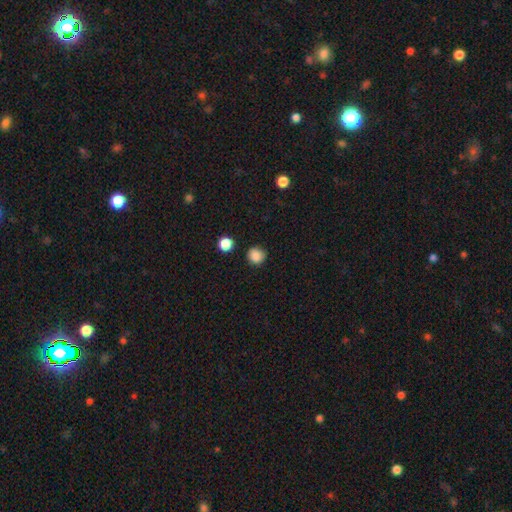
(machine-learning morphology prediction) The model was most divided on "smooth or featured": smooth: 86%, star or artifact: 10%, featured or disk: 3%. More confident: how rounded — round (91%); merging — none (85%).